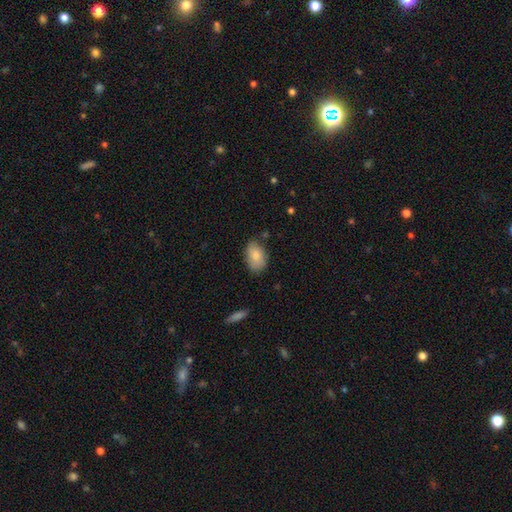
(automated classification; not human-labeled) Smooth or featured: smooth — 82% (featured or disk — 11%)
How rounded: in between — 90% (round — 9%)
Merging: none — 74% (minor disturbance — 20%)